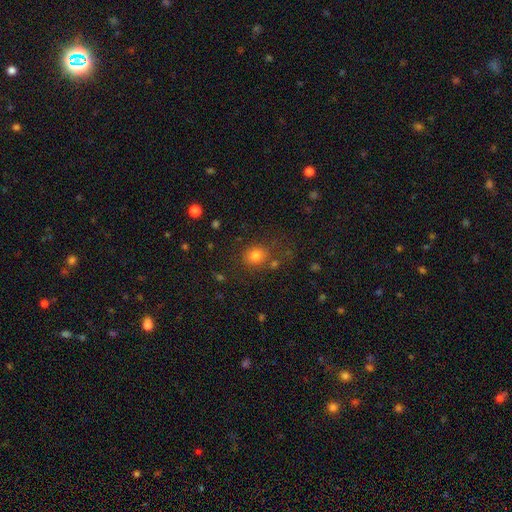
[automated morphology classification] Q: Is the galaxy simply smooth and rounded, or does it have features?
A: smooth — 79%.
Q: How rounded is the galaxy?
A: round — 75%.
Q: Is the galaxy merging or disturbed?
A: none — 73%.